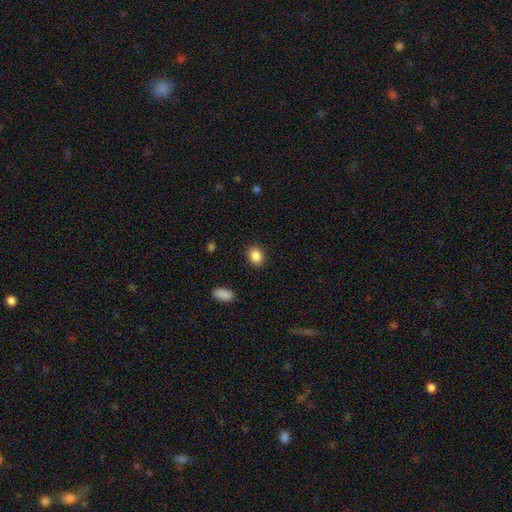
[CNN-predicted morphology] A smooth galaxy with no disk features (86%) that is round (53%). Merging: none (89%).